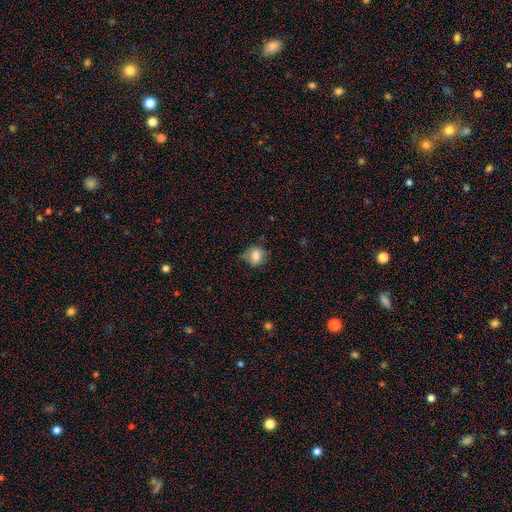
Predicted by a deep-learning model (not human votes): Smooth or featured: smooth — 77% (featured or disk — 13%)
How rounded: round — 74% (in between — 25%)
Merging: none — 61% (minor disturbance — 29%)